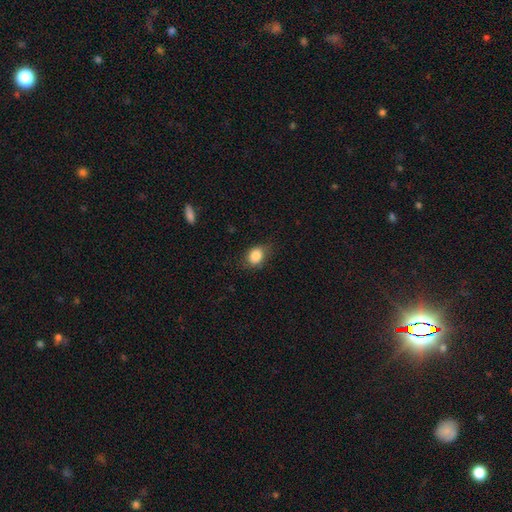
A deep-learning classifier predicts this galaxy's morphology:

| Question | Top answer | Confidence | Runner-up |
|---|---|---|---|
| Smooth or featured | smooth | 86% | star or artifact (9%) |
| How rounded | in between | 59% | round (40%) |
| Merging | none | 69% | minor disturbance (24%) |